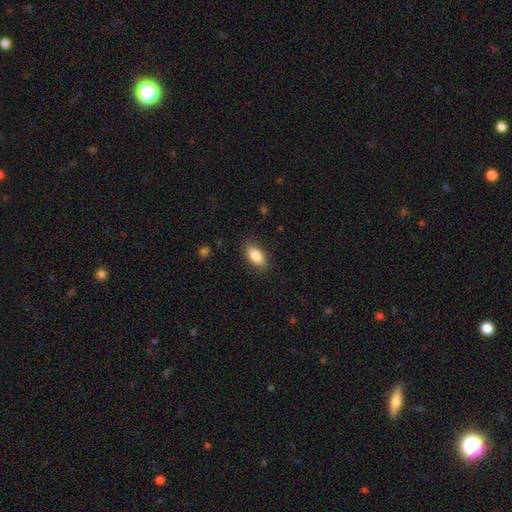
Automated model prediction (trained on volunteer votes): Smooth or featured?
  - smooth: 84% *
  - featured or disk: 10%
  - star or artifact: 7%
How rounded?
  - in between: 87% *
  - cigar-shaped: 8%
  - round: 4%
Merging?
  - none: 85% *
  - minor disturbance: 12%
  - major disturbance: 3%
  - merger: 1%